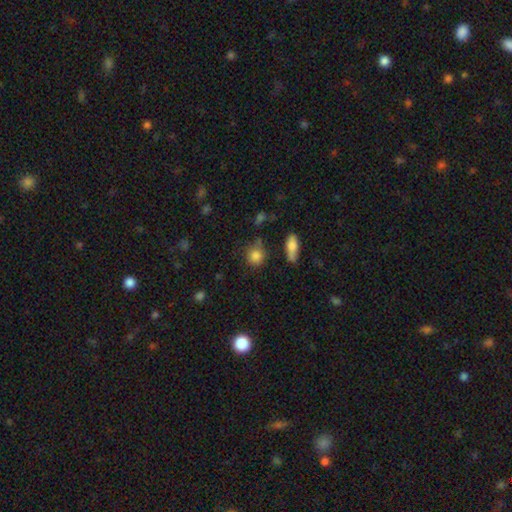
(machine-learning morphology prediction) The model was most divided on "merging": none: 69%, minor disturbance: 19%, merger: 7%, major disturbance: 5%. More confident: smooth or featured — smooth (83%); how rounded — round (80%).